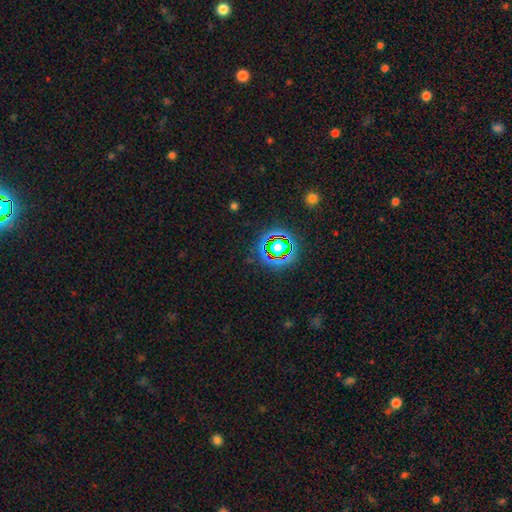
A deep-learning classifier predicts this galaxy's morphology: Overall: star or artifact (75%).